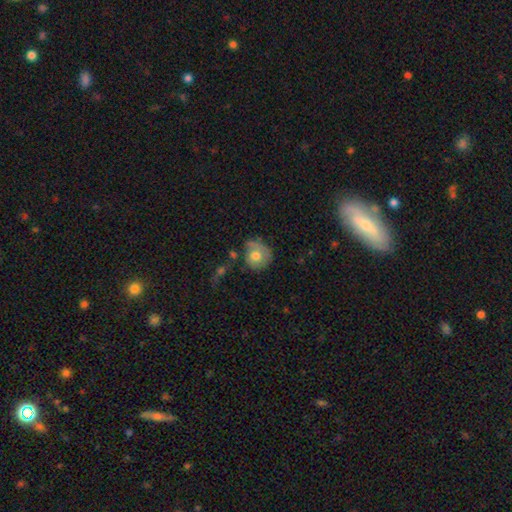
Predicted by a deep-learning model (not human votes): The model was most divided on "merging": none: 52%, minor disturbance: 27%, major disturbance: 15%, merger: 7%. More confident: how rounded — round (82%); smooth or featured — smooth (63%).